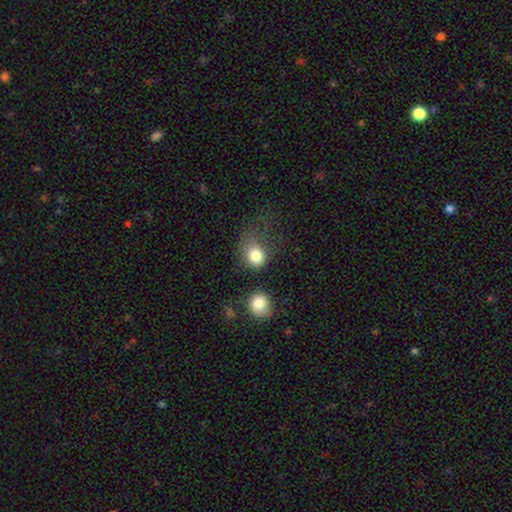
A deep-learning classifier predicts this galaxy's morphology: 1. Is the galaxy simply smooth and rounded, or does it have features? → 81% smooth, 10% star or artifact, 9% featured or disk.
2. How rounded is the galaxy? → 59% round, 40% in between, 1% cigar-shaped.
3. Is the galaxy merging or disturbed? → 35% none, 29% major disturbance, 24% minor disturbance, 12% merger.